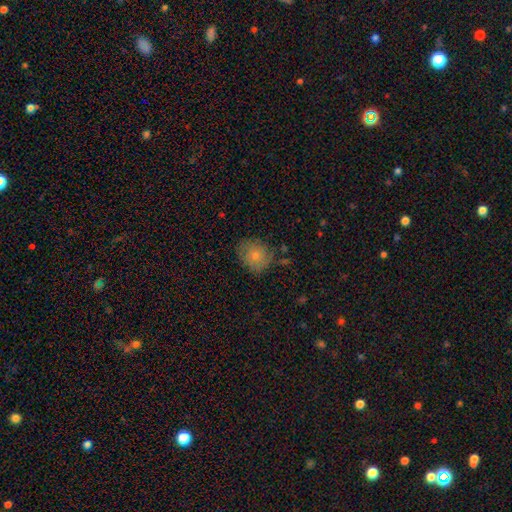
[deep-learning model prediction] Smooth or featured?
  - smooth: 75% *
  - featured or disk: 17%
  - star or artifact: 8%
How rounded?
  - round: 75% *
  - in between: 24%
  - cigar-shaped: 1%
Merging?
  - none: 70% *
  - minor disturbance: 22%
  - major disturbance: 6%
  - merger: 2%